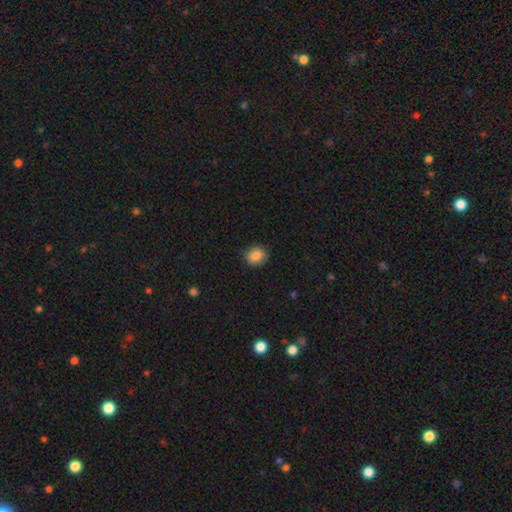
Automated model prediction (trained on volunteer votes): Overall: smooth (86%). How rounded: round (63%; in between 36%). Merging: none (87%).